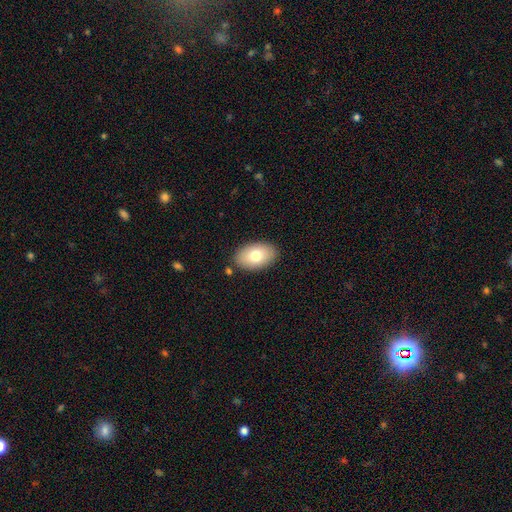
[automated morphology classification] This appears to be a smooth galaxy with no disk features (76%) that is in between round and cigar-shaped (92%). Merging: none (86%).